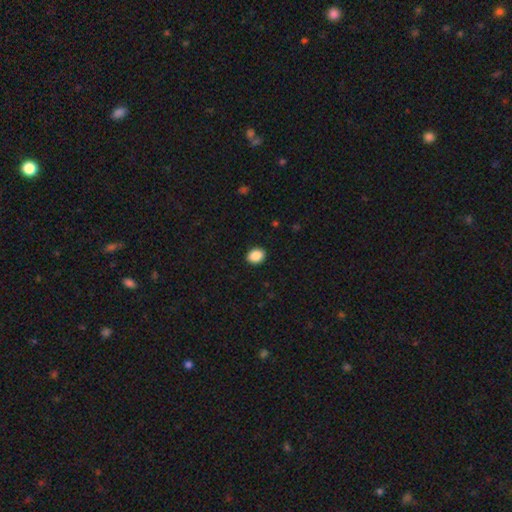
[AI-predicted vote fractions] Overall: smooth (89%). How rounded: in between (57%; round 42%). Merging: none (91%).